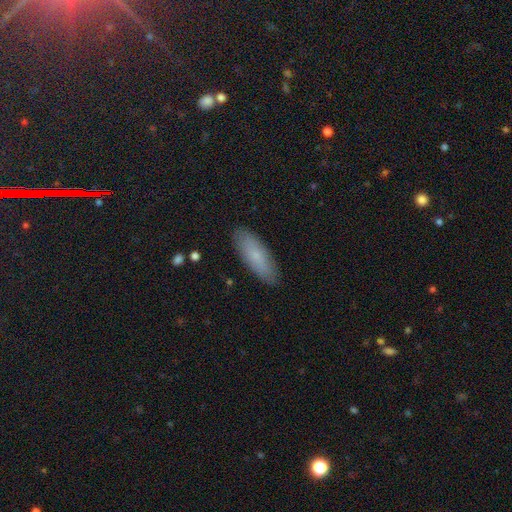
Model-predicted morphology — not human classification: smooth-or-featured: smooth: 74% | featured or disk: 19% | star or artifact: 7%
  how-rounded: in between: 57% | cigar-shaped: 41% | round: 2%
  merging: none: 88% | minor disturbance: 9% | major disturbance: 2% | merger: 1%